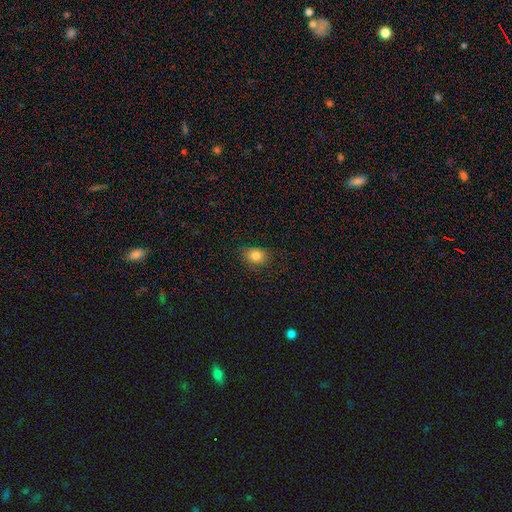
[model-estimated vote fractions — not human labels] smooth 82%, star or artifact 11%, featured or disk 7%. Down the decision tree: how rounded — in between (51%); merging — none (79%).